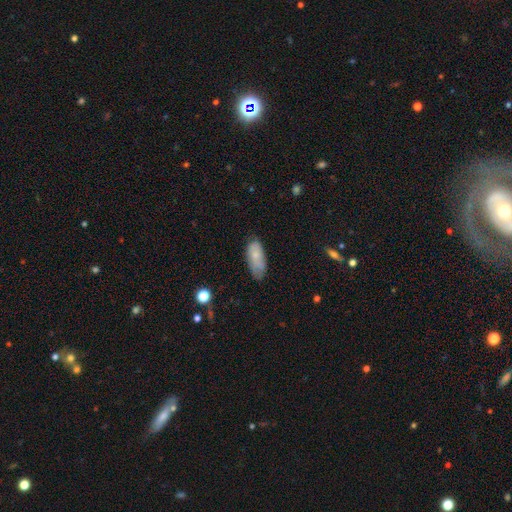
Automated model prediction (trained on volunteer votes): Morphology: type=smooth (73%); roundness=in between (87%); merging=none (57%).